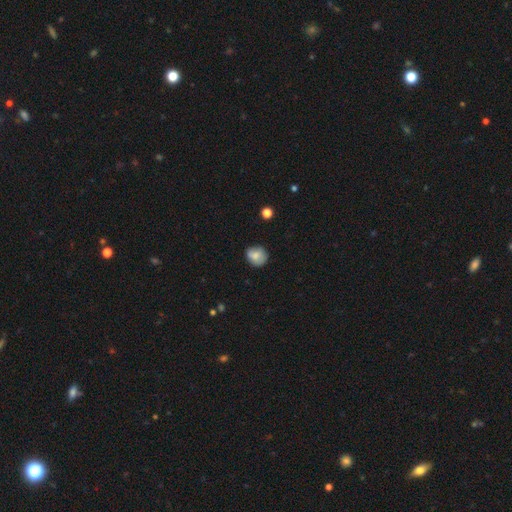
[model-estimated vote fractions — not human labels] Morphology: type=smooth (77%); roundness=round (75%); merging=none (72%).